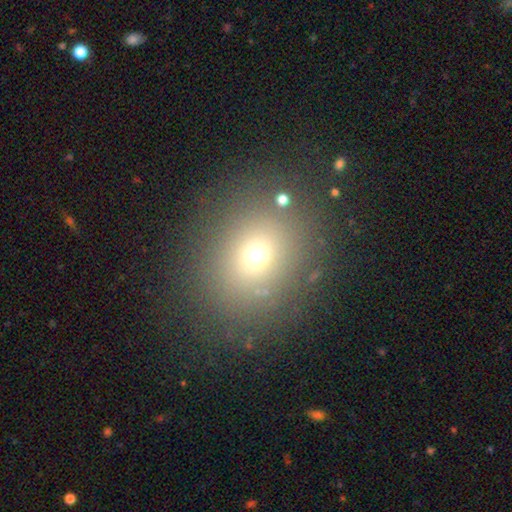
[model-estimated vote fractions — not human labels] Smooth or featured?
  - smooth: 66% *
  - star or artifact: 21%
  - featured or disk: 12%
How rounded?
  - round: 66% *
  - in between: 33%
  - cigar-shaped: 1%
Merging?
  - none: 83% *
  - minor disturbance: 9%
  - major disturbance: 5%
  - merger: 3%